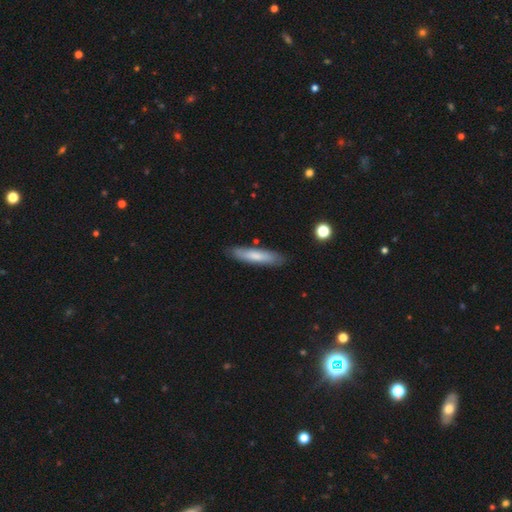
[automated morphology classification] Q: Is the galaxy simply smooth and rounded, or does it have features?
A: smooth — 71%.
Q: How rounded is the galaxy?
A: cigar-shaped — 82%.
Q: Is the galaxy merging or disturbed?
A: none — 84%.